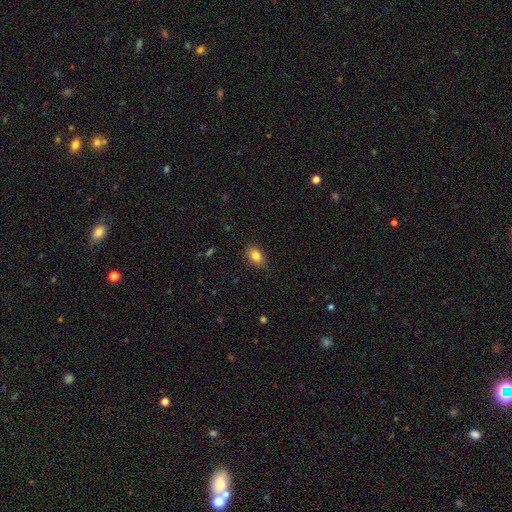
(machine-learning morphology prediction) A smooth galaxy with no disk features (83%) that is in between round and cigar-shaped (78%). Merging: none (76%).